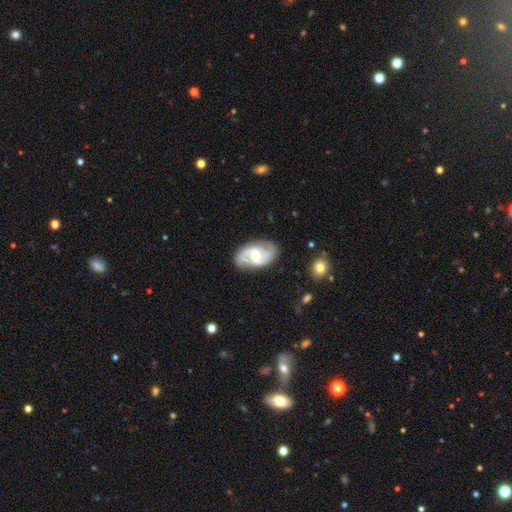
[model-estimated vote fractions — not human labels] Smooth or featured? featured or disk (85%)
Edge-on disk? no (97%)
Bar? weak (46%)
Spiral arms? yes (96%)
Spiral winding? medium (56%)
Spiral arm count? 2 (89%)
Bulge size? moderate (56%)
Merging? none (81%)